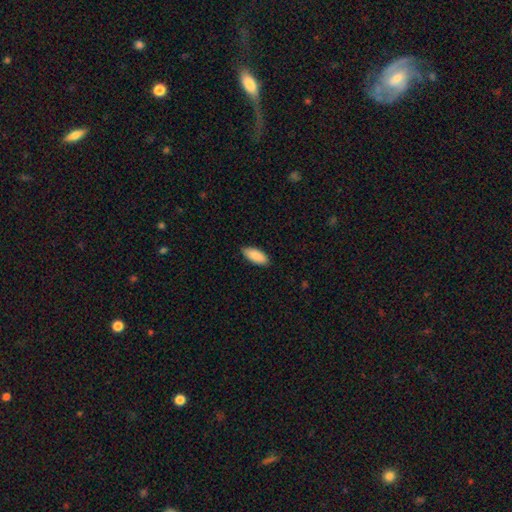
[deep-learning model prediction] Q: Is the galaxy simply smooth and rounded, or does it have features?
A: smooth — 90%.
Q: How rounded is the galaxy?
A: in between — 87%.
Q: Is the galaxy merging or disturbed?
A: none — 86%.